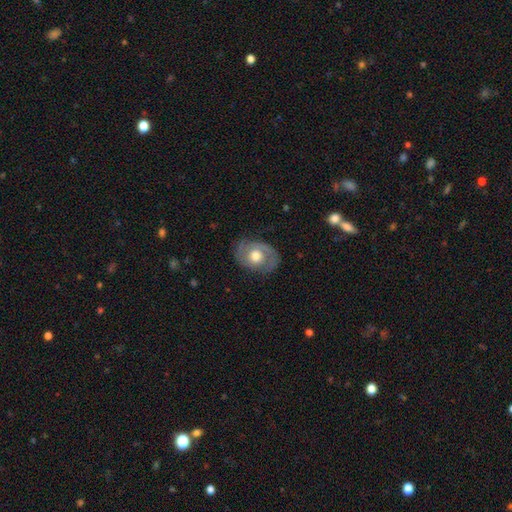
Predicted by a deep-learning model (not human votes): Morphology: type=featured or disk (68%); edge-on=no (96%); bar=no (80%); spiral arms=yes (76%); winding=tight (46%); arm count=2 (78%); bulge=moderate (66%); merging=none (75%).